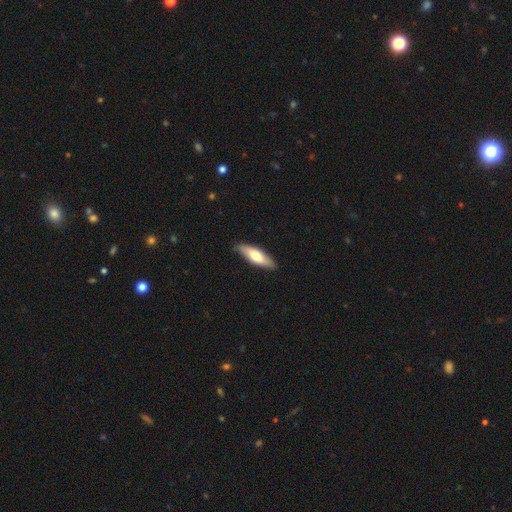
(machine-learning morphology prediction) Smooth or featured? smooth (62%)
How rounded? cigar-shaped (52%)
Merging? none (86%)